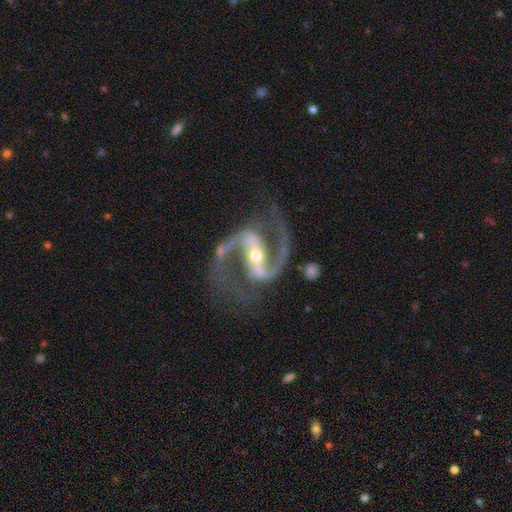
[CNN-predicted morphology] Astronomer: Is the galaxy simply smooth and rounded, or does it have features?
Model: featured or disk — 94%.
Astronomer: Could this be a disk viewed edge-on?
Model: no — 98%.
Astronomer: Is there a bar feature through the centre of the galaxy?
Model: strong — 68%.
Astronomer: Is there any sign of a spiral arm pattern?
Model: yes — 99%.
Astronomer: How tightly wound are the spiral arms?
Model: medium — 64%.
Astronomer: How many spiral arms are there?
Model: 2 — 95%.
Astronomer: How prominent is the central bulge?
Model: moderate — 48%, tied with small at 48%.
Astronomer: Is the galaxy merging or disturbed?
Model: none — 75%.